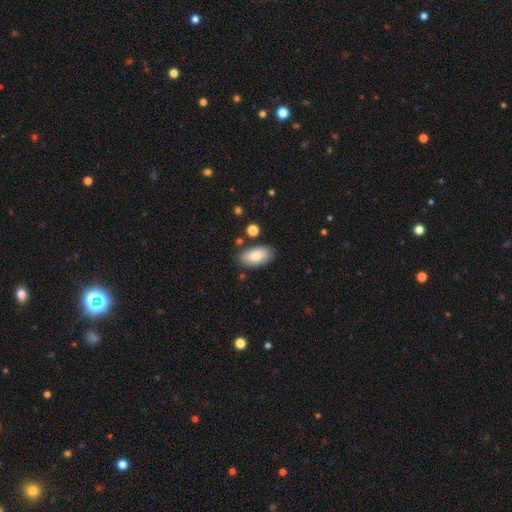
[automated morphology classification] The model was most divided on "merging": none: 81%, minor disturbance: 12%, merger: 4%, major disturbance: 3%. More confident: how rounded — in between (94%); smooth or featured — smooth (84%).